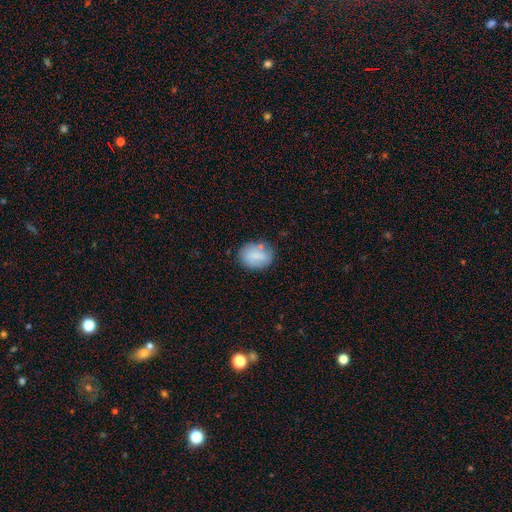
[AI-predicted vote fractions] Morphology: type=smooth (77%); roundness=in between (65%); merging=none (69%).